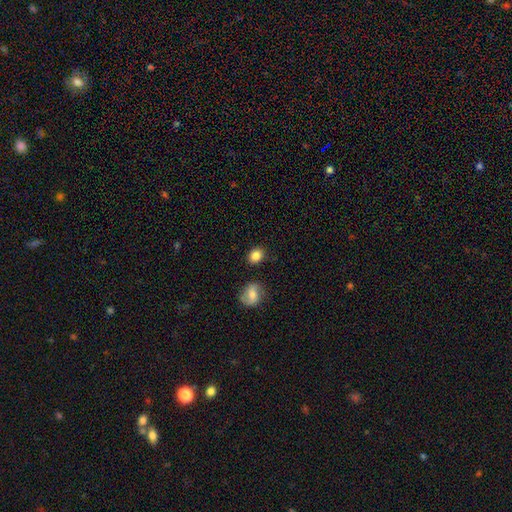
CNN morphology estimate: This is clearly a smooth galaxy (85%). How rounded: possibly round (58%). Merging: clearly none (84%).